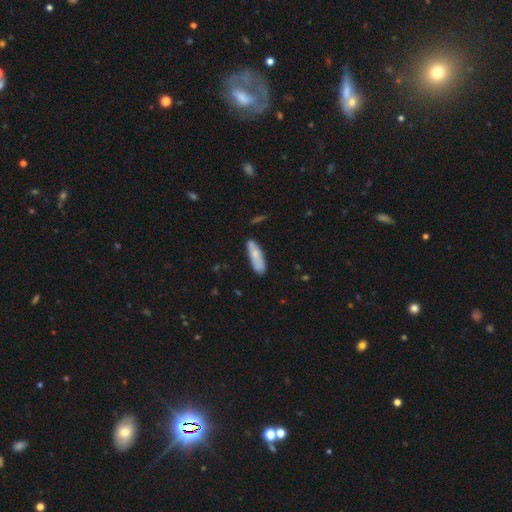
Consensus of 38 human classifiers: Volunteers were most divided on "how rounded": cigar-shaped: 53%, in between: 44%, round: 3%. More confident: smooth or featured — smooth (89%); merging — none (65%).